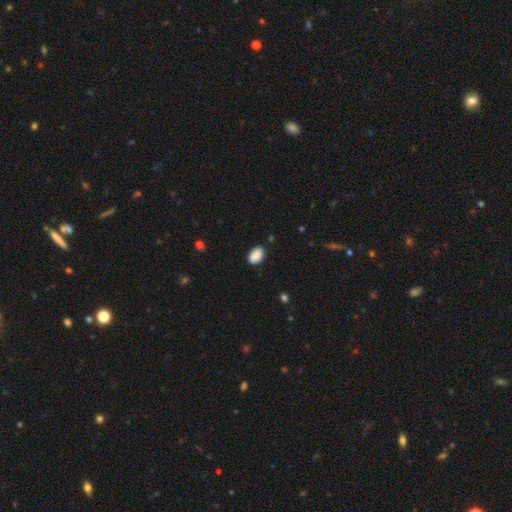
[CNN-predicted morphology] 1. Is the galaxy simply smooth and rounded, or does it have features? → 90% smooth, 7% star or artifact, 3% featured or disk.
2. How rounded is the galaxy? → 90% in between, 9% round, 1% cigar-shaped.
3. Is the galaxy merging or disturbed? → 85% none, 12% minor disturbance, 2% major disturbance, 1% merger.